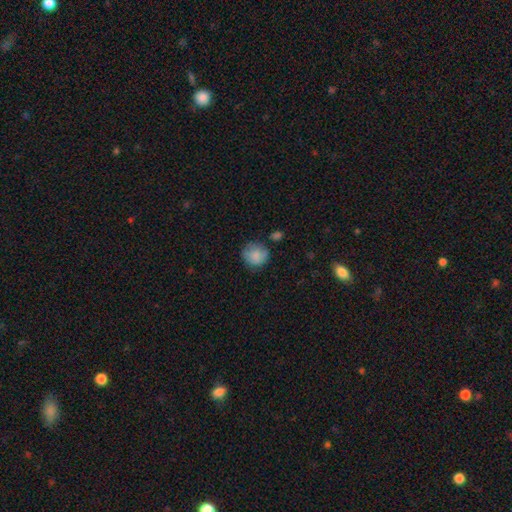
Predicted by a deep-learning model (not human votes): smooth_or_featured: smooth (p=0.83) [alt: featured or disk p=0.09]
how_rounded: round (p=0.86) [alt: in between p=0.13]
merging: none (p=0.70) [alt: minor disturbance p=0.20]